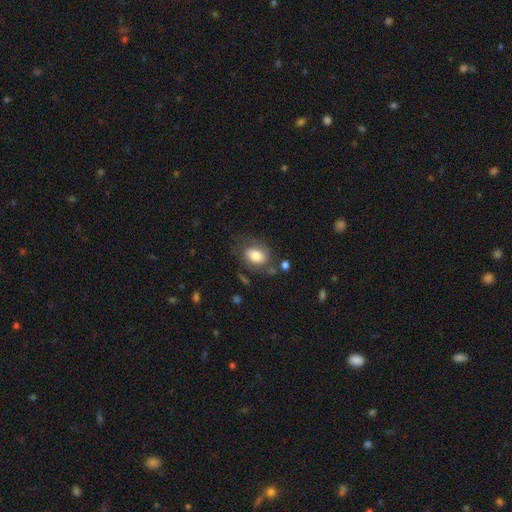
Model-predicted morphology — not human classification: smooth-or-featured: smooth: 72% | featured or disk: 20% | star or artifact: 8%
  how-rounded: in between: 67% | round: 32% | cigar-shaped: 1%
  merging: none: 58% | minor disturbance: 23% | major disturbance: 14% | merger: 5%